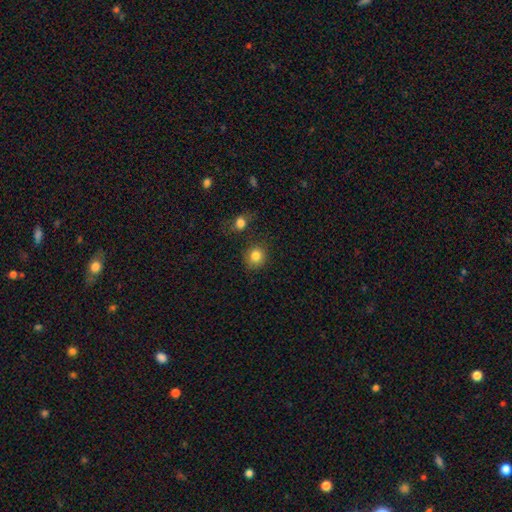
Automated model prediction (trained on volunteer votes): Smooth or featured: smooth — 83% (star or artifact — 11%)
How rounded: round — 84% (in between — 15%)
Merging: none — 79% (minor disturbance — 12%)